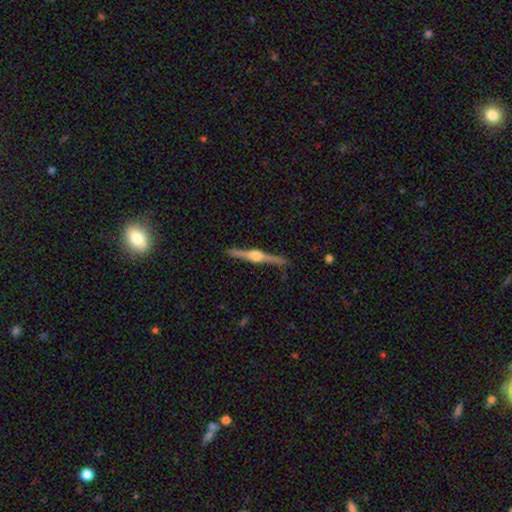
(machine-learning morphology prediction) featured or disk 85%, smooth 10%, star or artifact 5%. Down the decision tree: edge-on disk — yes (98%); edge-on bulge — rounded (95%); merging — none (91%).